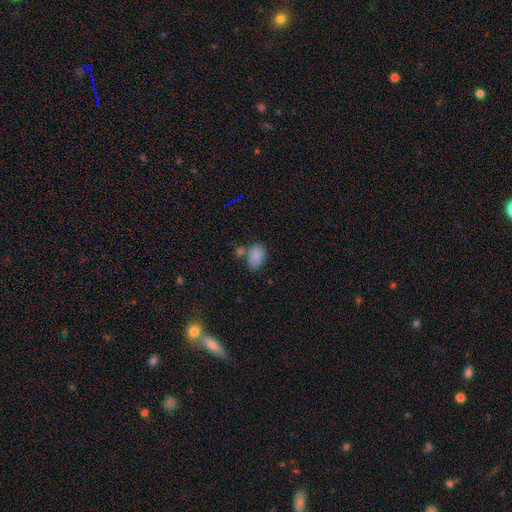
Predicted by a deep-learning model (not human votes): Smooth or featured: smooth — 85% (star or artifact — 9%)
How rounded: in between — 88% (round — 11%)
Merging: none — 59% (merger — 18%)